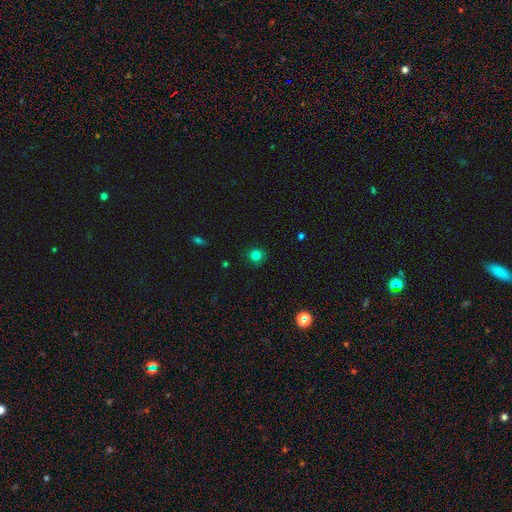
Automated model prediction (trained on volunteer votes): A smooth galaxy with no disk features (81%) that is round (89%).

Vote fractions:
- Smooth or featured? smooth: 81% / star or artifact: 14% / featured or disk: 5%
- How rounded? round: 89% / in between: 10% / cigar-shaped: 1%
- Merging? none: 84% / minor disturbance: 12% / major disturbance: 3% / merger: 1%